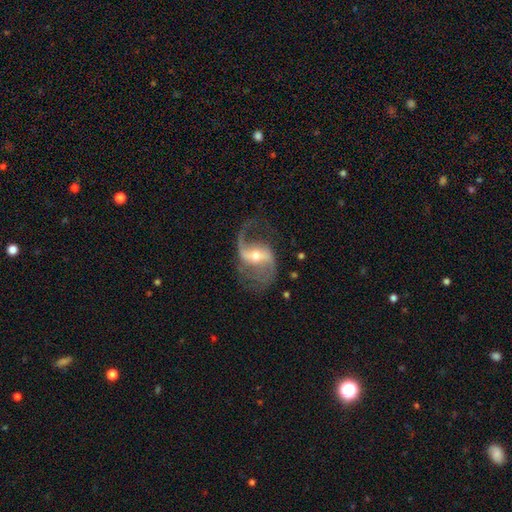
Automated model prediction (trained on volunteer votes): Smooth or featured? Predicted: featured or disk (p=0.90). Edge-on disk? Predicted: no (p=0.97). Bar? Predicted: strong (p=0.45). Spiral arms? Predicted: yes (p=0.96). Spiral winding? Predicted: loose (p=0.67). Spiral arm count? Predicted: 2 (p=0.88). Bulge size? Predicted: moderate (p=0.53). Merging? Predicted: none (p=0.67).